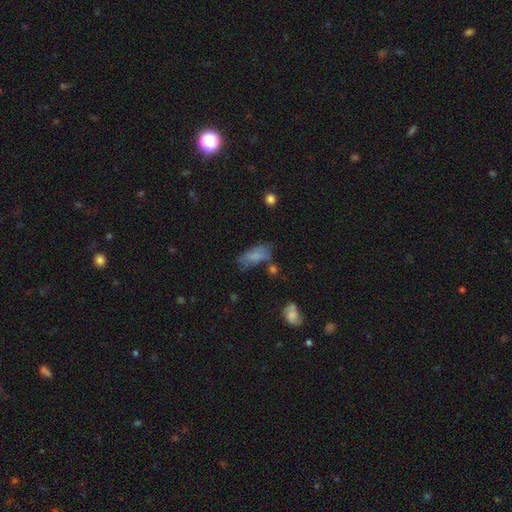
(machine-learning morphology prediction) Smooth or featured? Predicted: smooth (p=0.71). How rounded? Predicted: in between (p=0.81). Merging? Predicted: none (p=0.49).